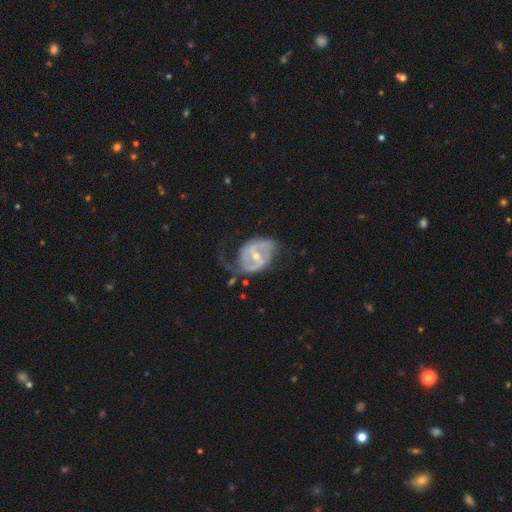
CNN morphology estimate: featured or disk 82%, smooth 13%, star or artifact 5%. Down the decision tree: edge-on disk — no (96%); bar — strong (41%); spiral arms — yes (80%); spiral arm count — 2 (78%); spiral winding — medium (42%); bulge size — moderate (52%); merging — none (46%).